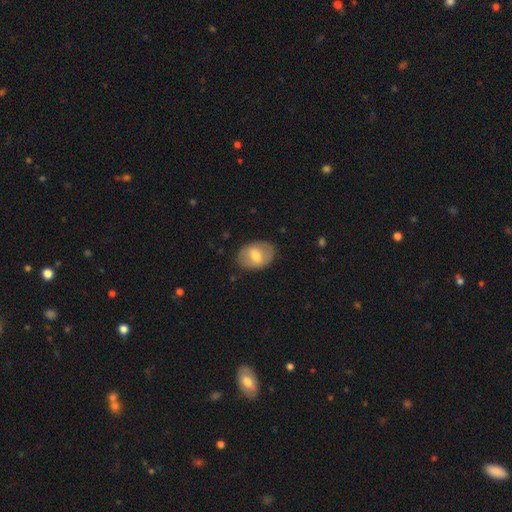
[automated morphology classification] Smooth or featured: smooth — 61% (featured or disk — 33%)
How rounded: in between — 76% (round — 23%)
Merging: none — 81% (minor disturbance — 14%)